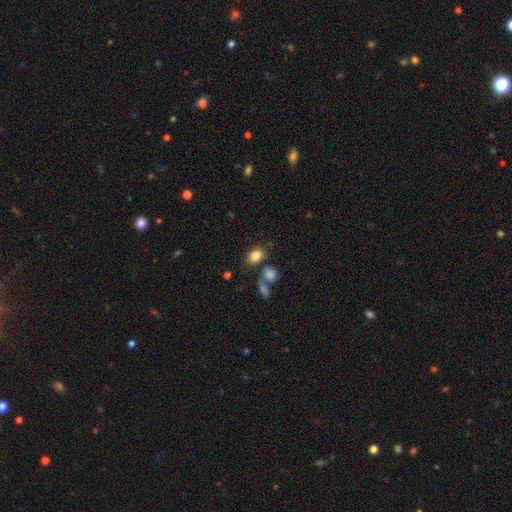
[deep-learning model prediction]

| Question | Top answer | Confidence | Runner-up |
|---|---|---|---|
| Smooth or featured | smooth | 84% | star or artifact (9%) |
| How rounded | in between | 75% | round (23%) |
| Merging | none | 65% | merger (16%) |